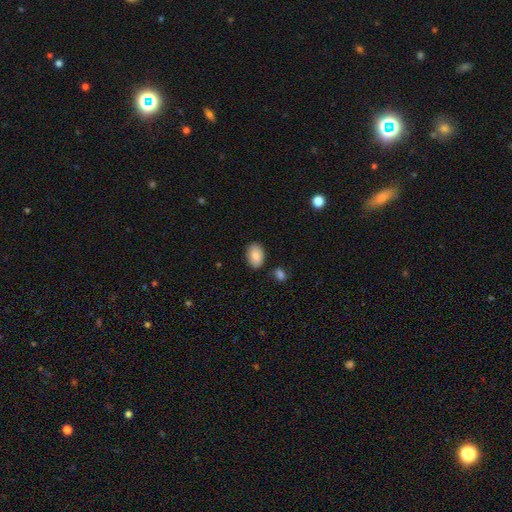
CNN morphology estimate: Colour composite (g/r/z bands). It shows a smooth galaxy with no disk features (86%) that is in between round and cigar-shaped (89%). Merging: none (82%).